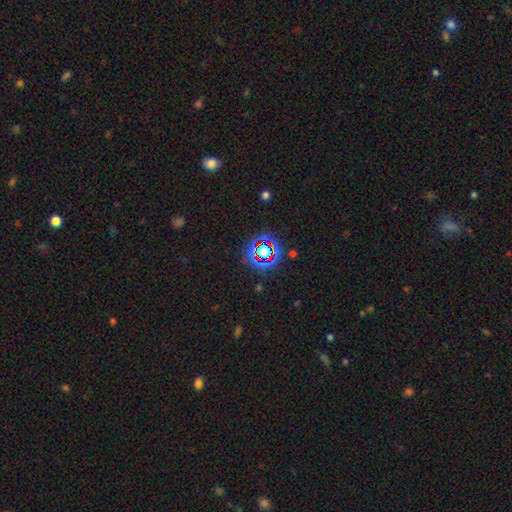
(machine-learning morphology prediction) smooth-or-featured: star or artifact: 75% | smooth: 16% | featured or disk: 9%